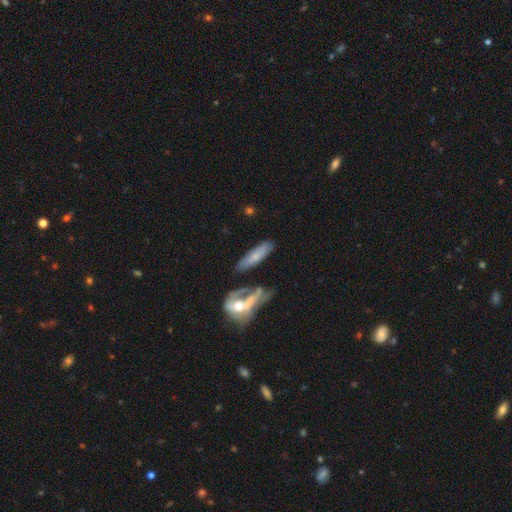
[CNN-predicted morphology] smooth 59%, featured or disk 34%, star or artifact 7%. Down the decision tree: how rounded — cigar-shaped (56%); merging — none (52%).